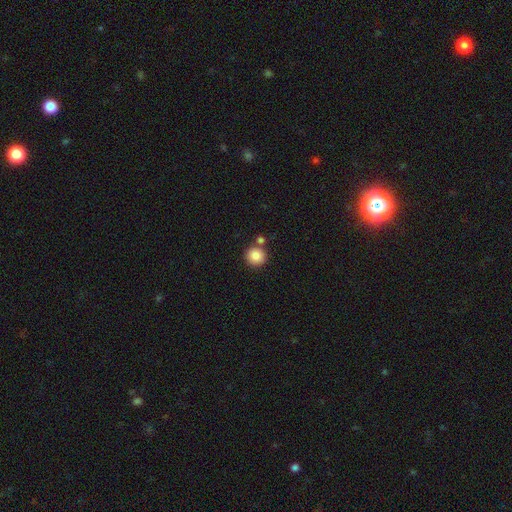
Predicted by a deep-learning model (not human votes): smooth 86%, star or artifact 9%, featured or disk 5%. Down the decision tree: how rounded — round (94%); merging — none (77%).